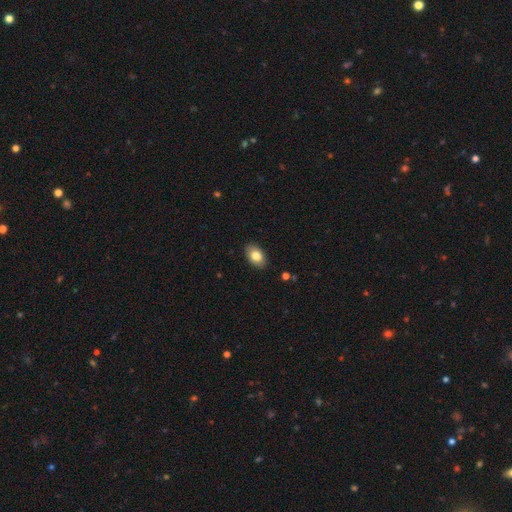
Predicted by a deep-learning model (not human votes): smooth 83%, featured or disk 10%, star or artifact 7%. Down the decision tree: how rounded — in between (90%); merging — none (88%).